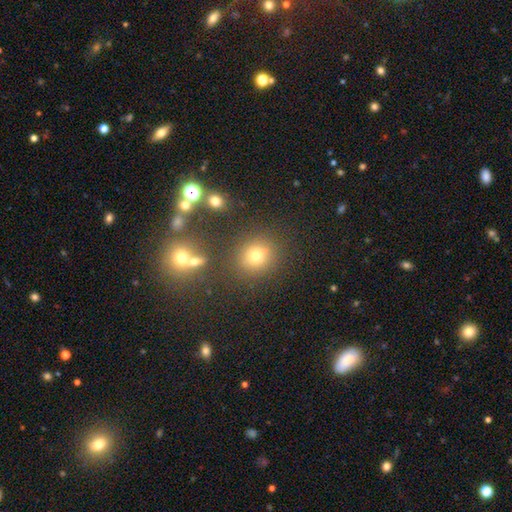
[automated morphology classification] This appears to be a smooth galaxy with no disk features (72%) that is round (80%). Merging: none (80%).